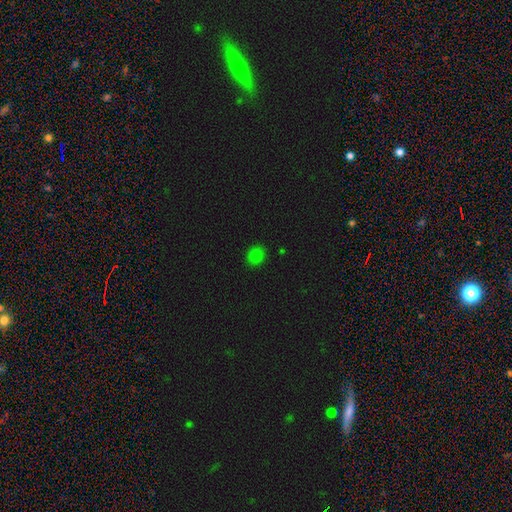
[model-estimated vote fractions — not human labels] This appears to be a smooth galaxy with no disk features (81%) that is round (71%). Merging: none (88%).